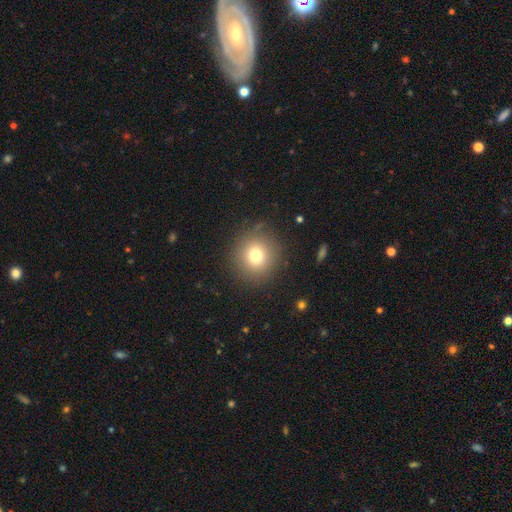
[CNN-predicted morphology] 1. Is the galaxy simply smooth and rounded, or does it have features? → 75% smooth, 14% star or artifact, 10% featured or disk.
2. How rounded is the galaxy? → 93% round, 6% in between, 1% cigar-shaped.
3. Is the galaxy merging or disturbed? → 88% none, 7% minor disturbance, 3% major disturbance, 1% merger.